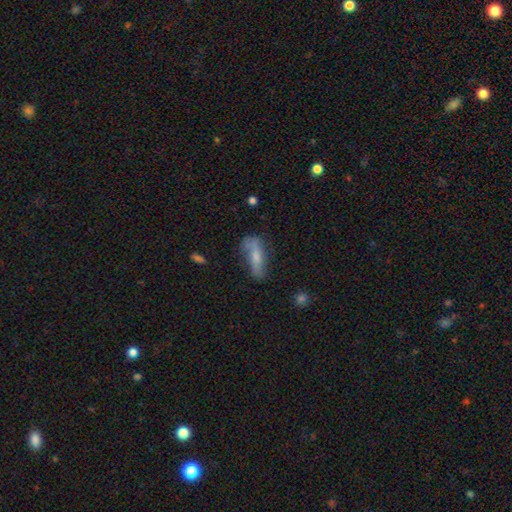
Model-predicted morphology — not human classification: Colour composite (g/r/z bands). It shows a smooth galaxy with no disk features (59%) that is in between round and cigar-shaped (58%). Merging: none (51%).